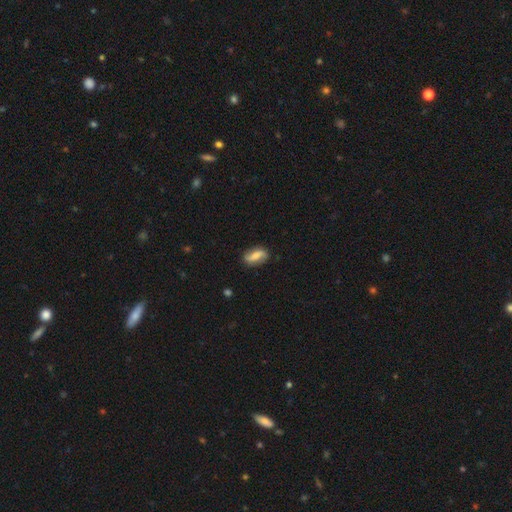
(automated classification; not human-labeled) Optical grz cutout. It shows a featured or disk galaxy (52%). Merging: none (81%).